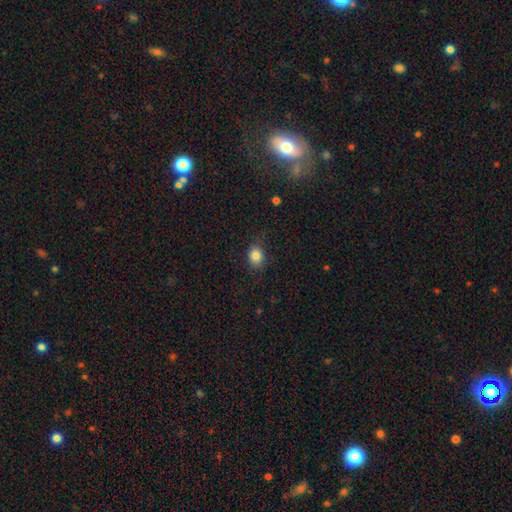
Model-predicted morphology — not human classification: This appears to be a smooth galaxy with no disk features (84%) that is round (53%). Merging: none (78%).